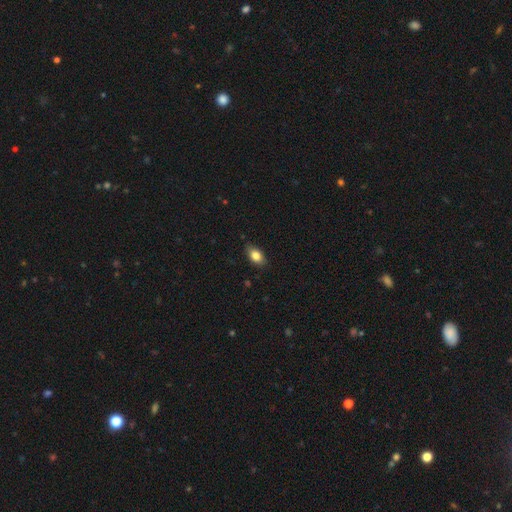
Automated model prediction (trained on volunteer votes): Smooth or featured?
  - smooth: 83% *
  - featured or disk: 9%
  - star or artifact: 8%
How rounded?
  - in between: 86% *
  - round: 10%
  - cigar-shaped: 3%
Merging?
  - none: 83% *
  - minor disturbance: 14%
  - major disturbance: 2%
  - merger: 1%